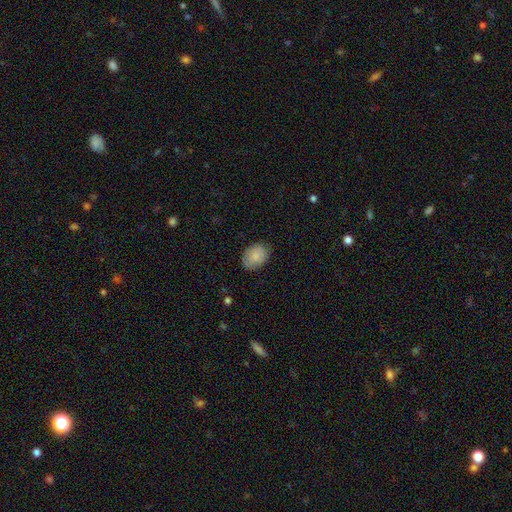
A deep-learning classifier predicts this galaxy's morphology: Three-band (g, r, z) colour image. It shows a smooth galaxy with no disk features (86%) that is in between round and cigar-shaped (78%). Merging: none (82%).